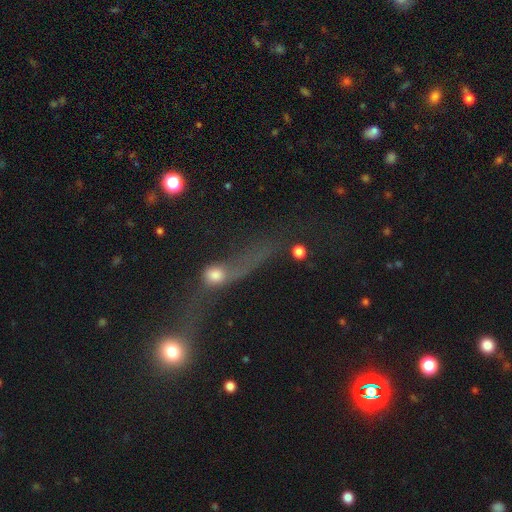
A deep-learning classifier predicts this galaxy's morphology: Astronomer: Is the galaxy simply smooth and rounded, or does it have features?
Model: smooth — 37% (runner-up: star or artifact, 32%).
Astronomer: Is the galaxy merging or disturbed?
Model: merger — 37% (runner-up: major disturbance, 26%).